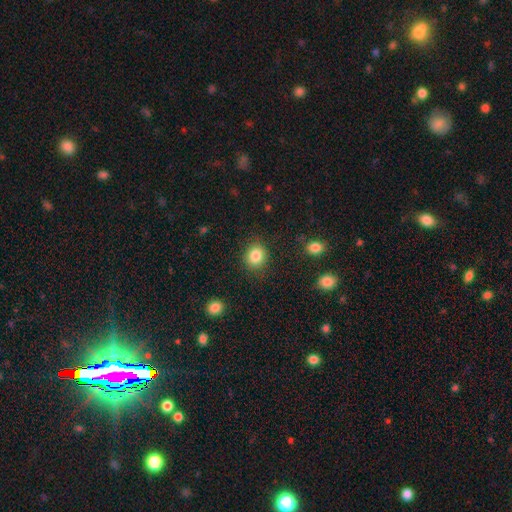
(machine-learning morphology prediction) smooth_or_featured: smooth (p=0.85) [alt: star or artifact p=0.10]
how_rounded: round (p=0.75) [alt: in between p=0.24]
merging: none (p=0.87) [alt: minor disturbance p=0.08]